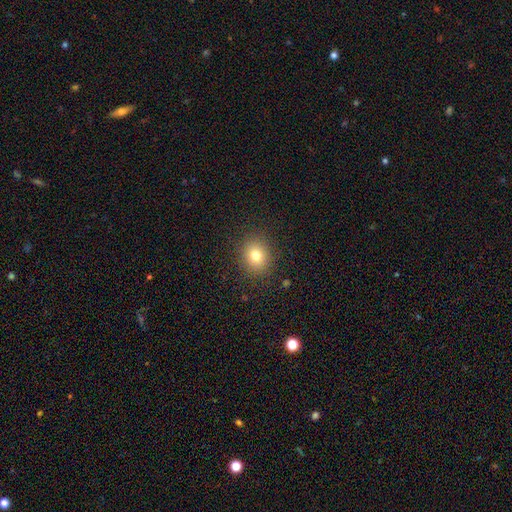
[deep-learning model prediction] smooth-or-featured: smooth: 77% | star or artifact: 14% | featured or disk: 9%
  how-rounded: round: 72% | in between: 27% | cigar-shaped: 1%
  merging: none: 88% | minor disturbance: 8% | major disturbance: 3% | merger: 1%